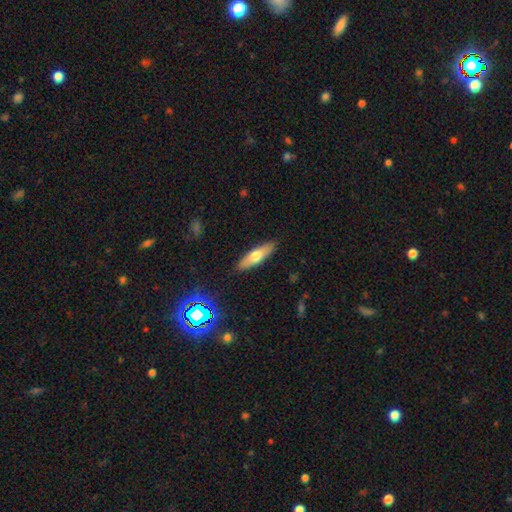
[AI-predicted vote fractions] The model was most divided on "how rounded": cigar-shaped: 58%, in between: 40%, round: 2%. More confident: merging — none (89%); smooth or featured — smooth (62%).